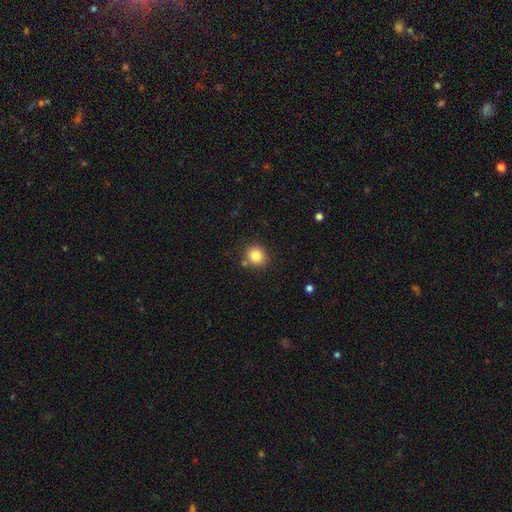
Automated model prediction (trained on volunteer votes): A smooth galaxy with no disk features (84%) that is round (84%). Merging: none (81%).